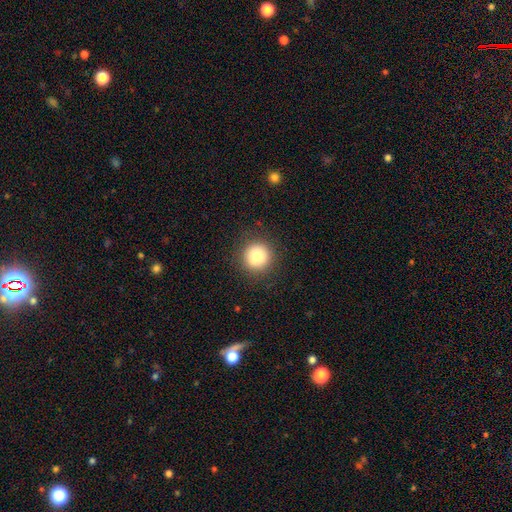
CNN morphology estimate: The model was most divided on "smooth or featured": smooth: 81%, star or artifact: 11%, featured or disk: 8%. More confident: how rounded — round (94%); merging — none (88%).